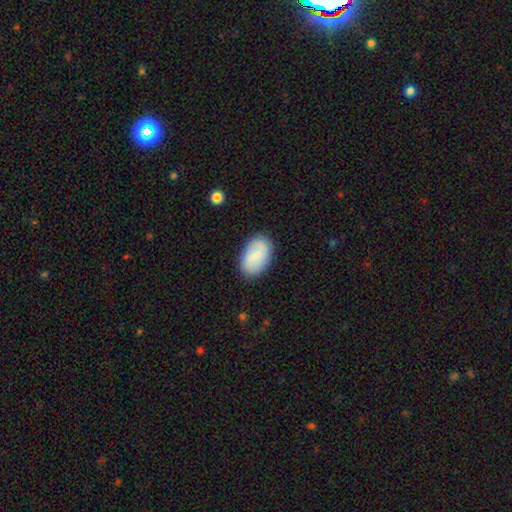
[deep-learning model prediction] A smooth galaxy with no disk features (69%) that is in between round and cigar-shaped (92%).

Vote fractions:
- Smooth or featured? smooth: 69% / featured or disk: 25% / star or artifact: 7%
- How rounded? in between: 92% / round: 6% / cigar-shaped: 2%
- Merging? none: 85% / minor disturbance: 11% / major disturbance: 3% / merger: 1%